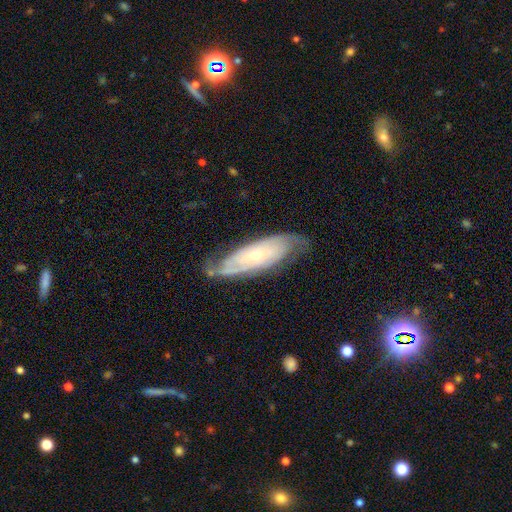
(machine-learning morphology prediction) A featured or disk galaxy (76%) with no bar (69%), 2 (51%) tight (61%) spiral arms (90%) and a small central bulge (71%).

Vote fractions:
- Smooth or featured? featured or disk: 76% / smooth: 19% / star or artifact: 6%
- Edge-on disk? no: 85% / yes: 15%
- Bar? no: 69% / weak: 23% / strong: 8%
- Spiral arms? yes: 90% / no: 10%
- Spiral winding? tight: 61% / medium: 30% / loose: 10%
- Spiral arm count? 2: 51% / can't tell: 33% / 3: 7% / 1: 3% / 4: 3% / more than 4: 2%
- Bulge size? small: 71% / moderate: 24% / none: 2% / large: 2% / dominant: 1%
- Merging? none: 72% / minor disturbance: 20% / major disturbance: 7% / merger: 2%